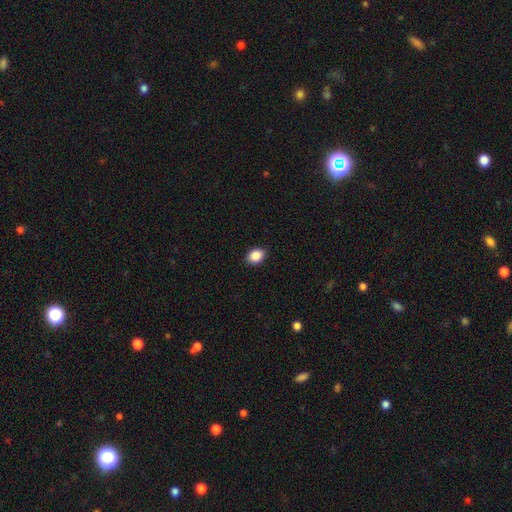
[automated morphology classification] smooth 87%, star or artifact 9%, featured or disk 4%. Down the decision tree: how rounded — in between (67%); merging — none (89%).